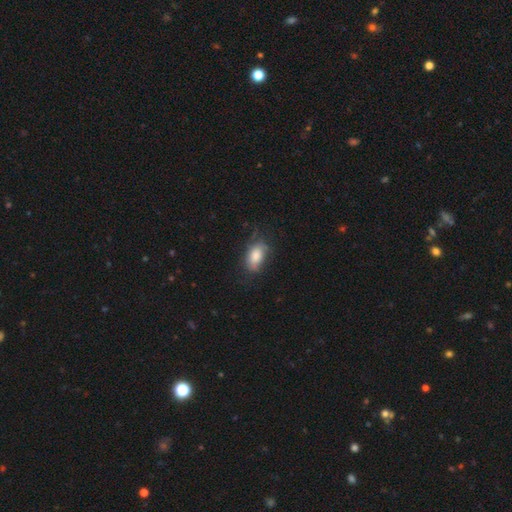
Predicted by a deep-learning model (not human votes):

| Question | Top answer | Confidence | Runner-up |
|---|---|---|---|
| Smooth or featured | smooth | 79% | featured or disk (14%) |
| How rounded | in between | 90% | round (7%) |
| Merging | none | 55% | minor disturbance (30%) |